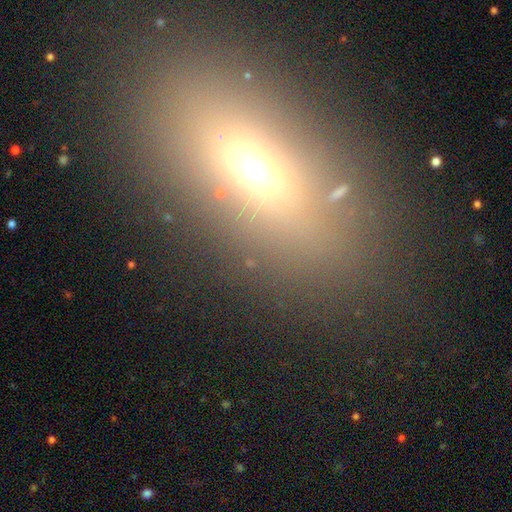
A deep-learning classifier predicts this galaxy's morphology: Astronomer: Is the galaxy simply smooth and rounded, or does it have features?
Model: smooth — 57%.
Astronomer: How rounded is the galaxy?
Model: in between — 74%.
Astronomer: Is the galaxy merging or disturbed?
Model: none — 79%.